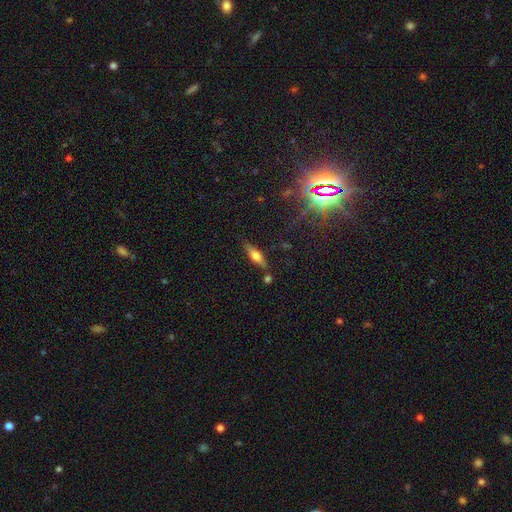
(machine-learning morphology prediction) type=smooth (47%); merging=none (78%).